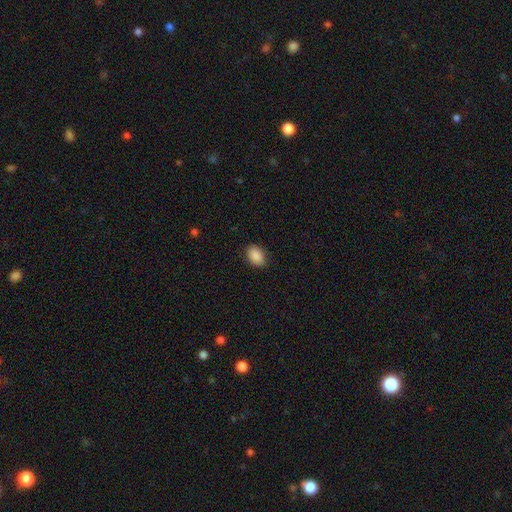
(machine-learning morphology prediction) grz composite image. It shows a smooth galaxy with no disk features (90%) that is in between round and cigar-shaped (85%). Merging: none (88%).